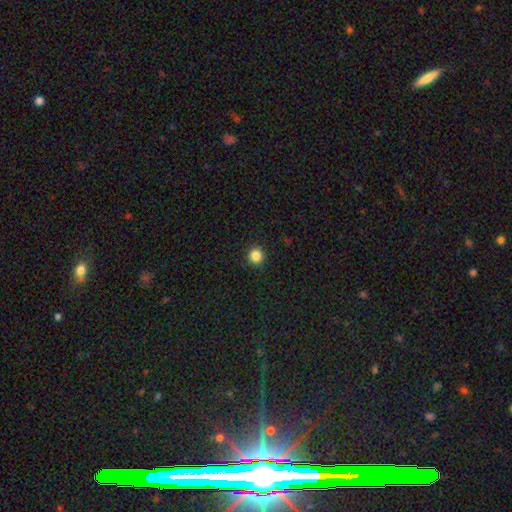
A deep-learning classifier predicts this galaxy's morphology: Overall: smooth (85%). How rounded: round (94%). Merging: none (93%).